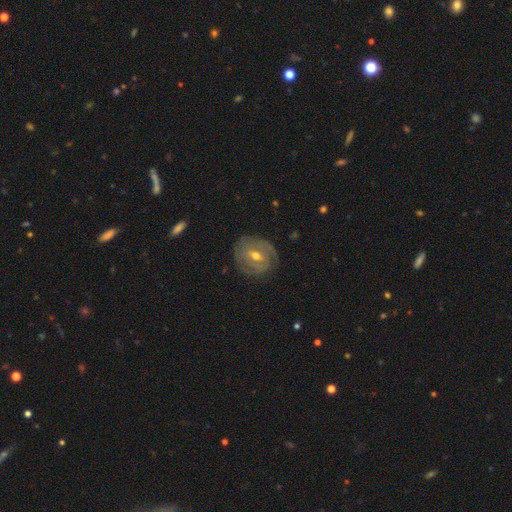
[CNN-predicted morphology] featured or disk 76%, smooth 18%, star or artifact 6%. Down the decision tree: edge-on disk — no (96%); bar — weak (51%); spiral arms — yes (79%); spiral arm count — can't tell (42%); spiral winding — tight (71%); bulge size — moderate (70%); merging — none (77%).